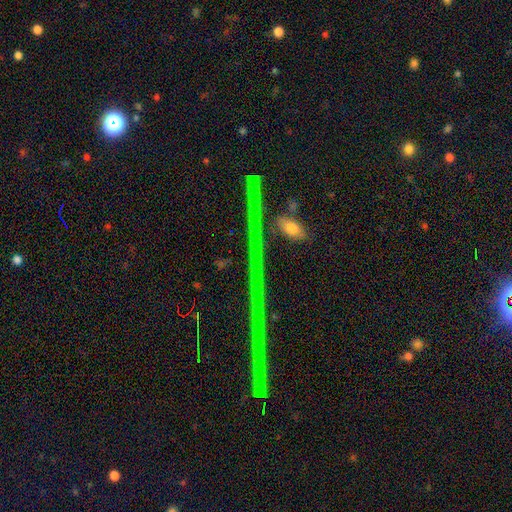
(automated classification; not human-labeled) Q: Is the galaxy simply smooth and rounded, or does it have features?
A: star or artifact — 65%.